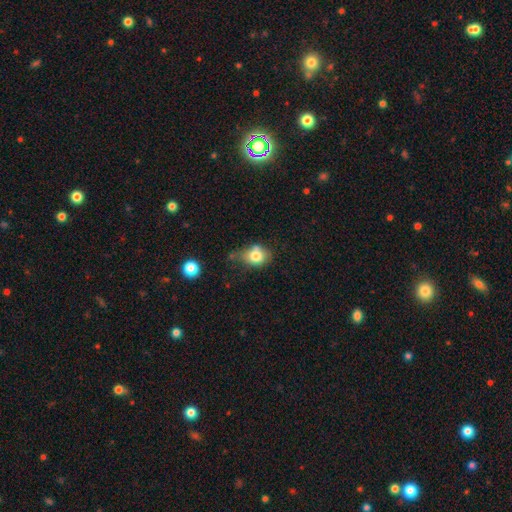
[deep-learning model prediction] Smooth or featured? Predicted: smooth (p=0.77). How rounded? Predicted: round (p=0.52). Merging? Predicted: none (p=0.40).